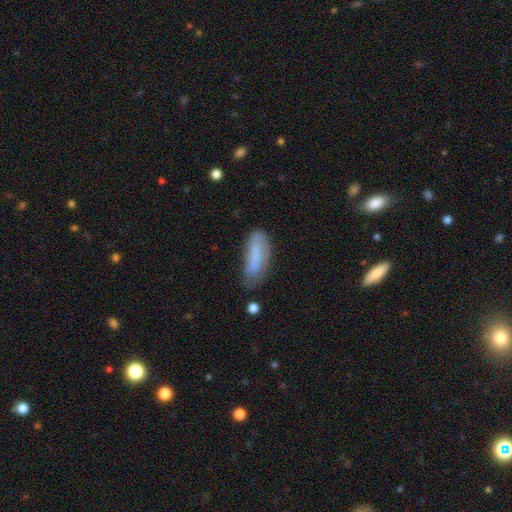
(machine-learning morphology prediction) The model was most divided on "merging": none: 52%, minor disturbance: 33%, major disturbance: 12%, merger: 4%. More confident: smooth or featured — smooth (70%); how rounded — in between (64%).